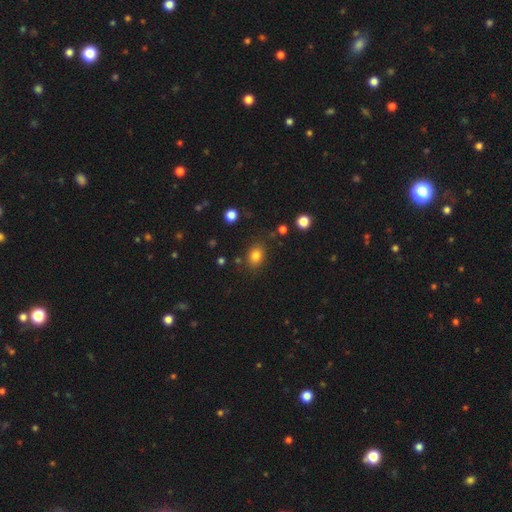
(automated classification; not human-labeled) smooth-or-featured: smooth: 81% | star or artifact: 12% | featured or disk: 7%
  how-rounded: in between: 61% | round: 38% | cigar-shaped: 1%
  merging: none: 81% | minor disturbance: 12% | major disturbance: 4% | merger: 3%